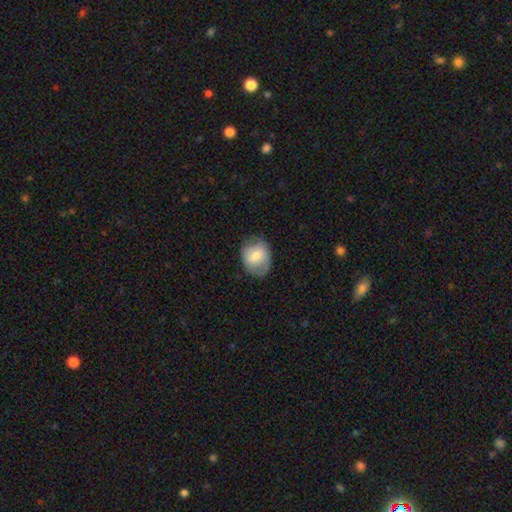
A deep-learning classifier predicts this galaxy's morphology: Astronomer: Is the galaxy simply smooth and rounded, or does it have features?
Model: smooth — 66%.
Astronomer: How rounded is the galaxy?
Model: in between — 52% (runner-up: round, 47%).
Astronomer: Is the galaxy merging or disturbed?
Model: none — 71%.